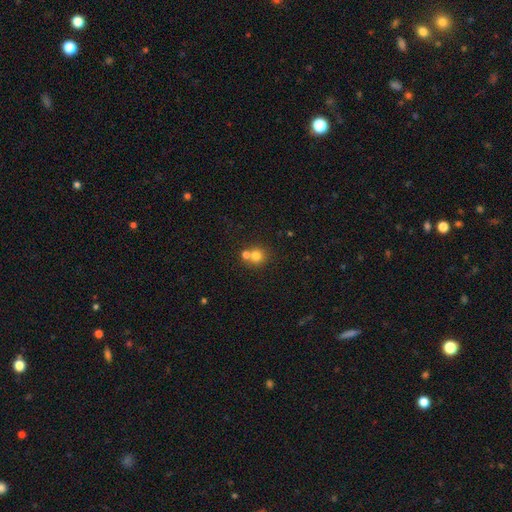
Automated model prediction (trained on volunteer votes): Smooth or featured? smooth (76%)
How rounded? round (88%)
Merging? none (50%)